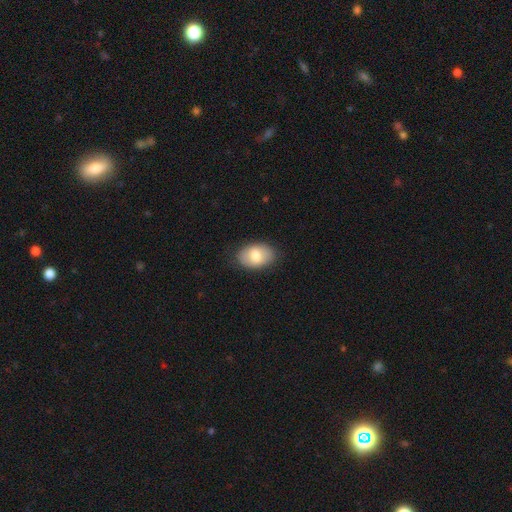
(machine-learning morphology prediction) Smooth or featured? smooth (75%)
How rounded? in between (88%)
Merging? none (84%)